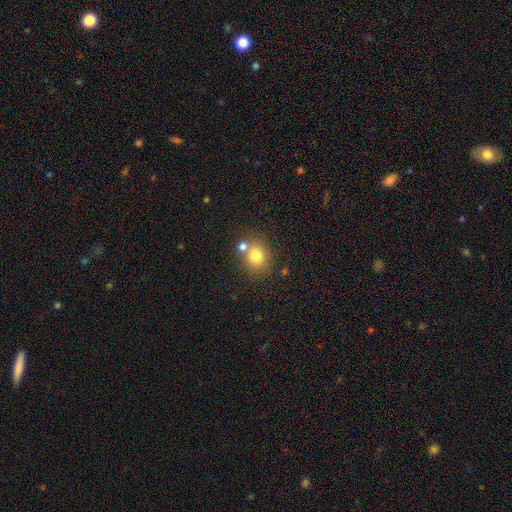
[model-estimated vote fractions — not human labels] smooth-or-featured: smooth: 77% | star or artifact: 12% | featured or disk: 11%
  how-rounded: round: 79% | in between: 21% | cigar-shaped: 1%
  merging: none: 61% | merger: 26% | minor disturbance: 10% | major disturbance: 3%